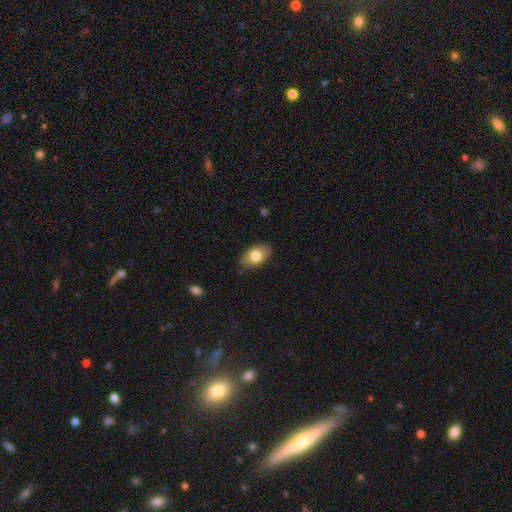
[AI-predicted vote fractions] A smooth galaxy with no disk features (78%) that is in between round and cigar-shaped (89%). Merging: none (84%).